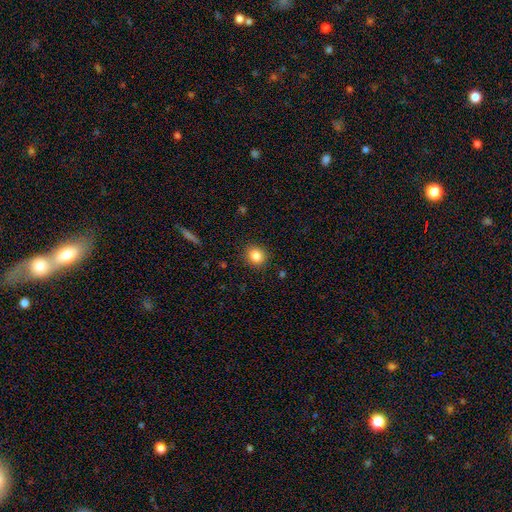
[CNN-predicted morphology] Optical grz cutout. It shows a smooth galaxy with no disk features (85%) that is round (80%). Merging: none (89%).